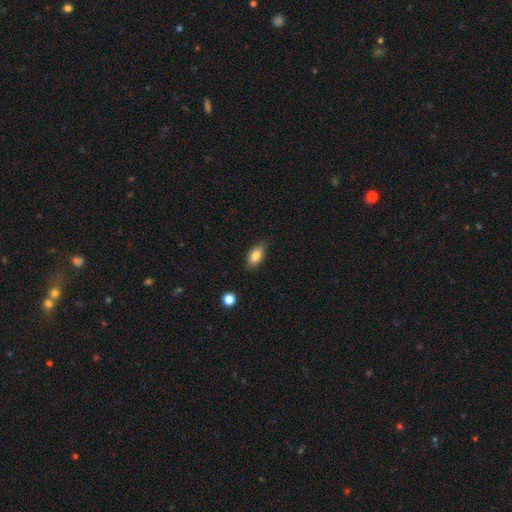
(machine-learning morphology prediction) This is clearly a smooth galaxy (81%). How rounded: clearly in between (87%). Merging: clearly none (84%).